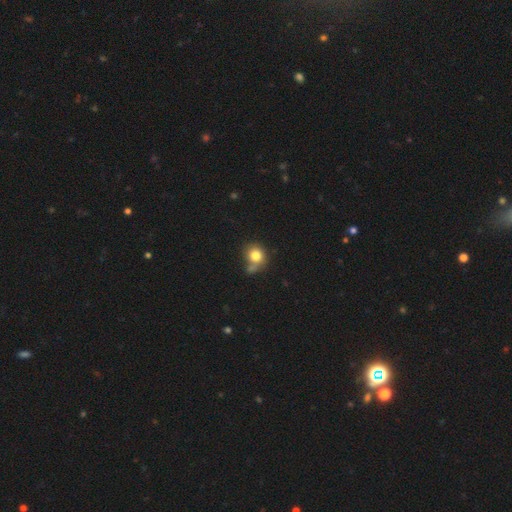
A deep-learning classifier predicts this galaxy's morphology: This is likely a smooth galaxy (80%). How rounded: clearly round (81%). Merging: possibly none (51%).